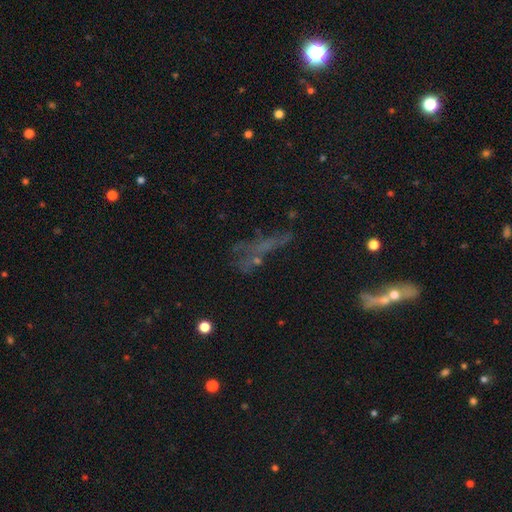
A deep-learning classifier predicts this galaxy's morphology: featured or disk 37%, star or artifact 33%, smooth 31%. Down the decision tree: merging — none (41%).